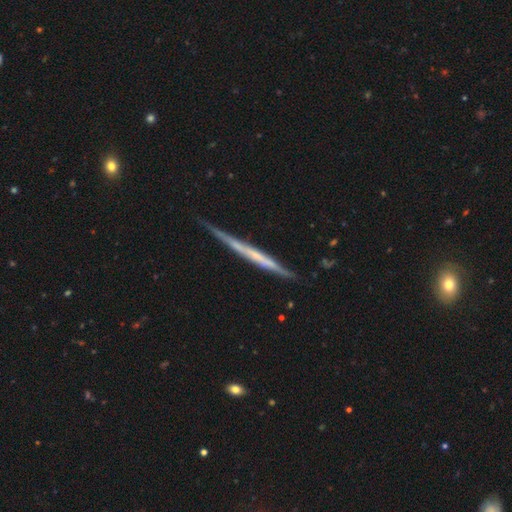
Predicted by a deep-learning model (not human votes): Smooth or featured? Predicted: featured or disk (p=0.65). Edge-on disk? Predicted: yes (p=0.97). Edge-on bulge? Predicted: none (p=0.84). Merging? Predicted: none (p=0.81).